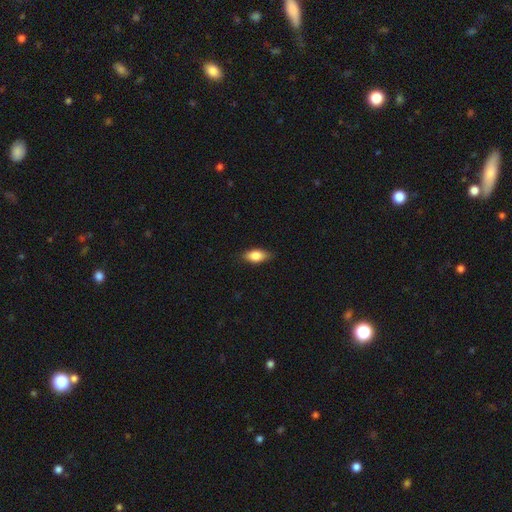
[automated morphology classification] This is likely a smooth galaxy (79%). How rounded: clearly in between (84%). Merging: clearly none (82%).